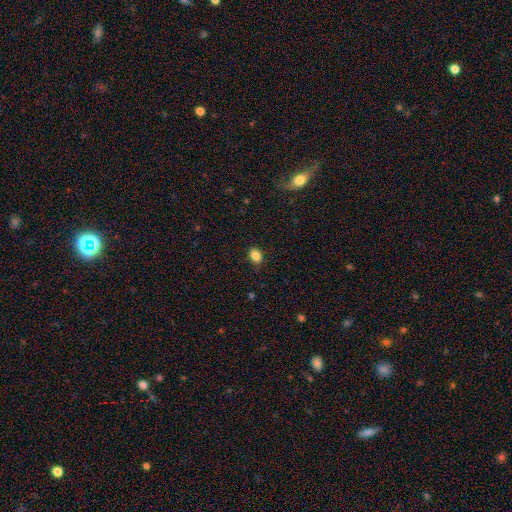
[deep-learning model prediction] This appears to be a smooth galaxy with no disk features (85%) that is in between round and cigar-shaped (68%). Merging: none (87%).